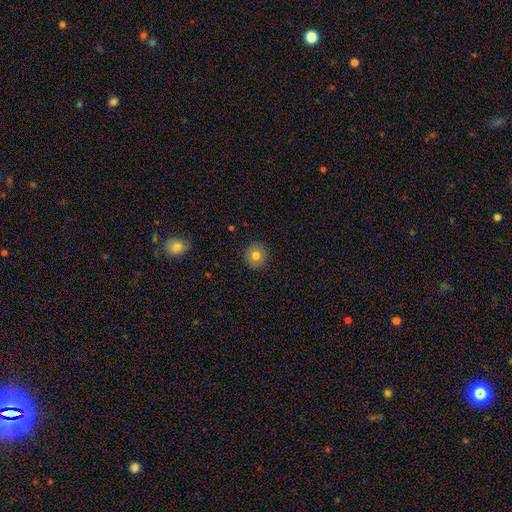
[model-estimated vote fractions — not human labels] Overall: smooth (79%). How rounded: round (90%). Merging: none (90%).